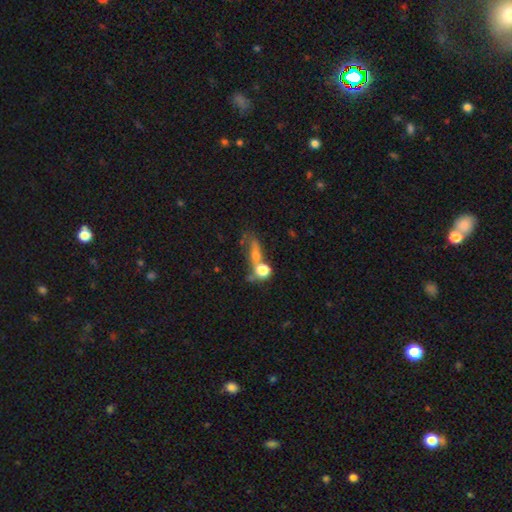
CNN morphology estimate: Smooth or featured? Predicted: smooth (p=0.54). How rounded? Predicted: round (p=0.44). Merging? Predicted: merger (p=0.36).